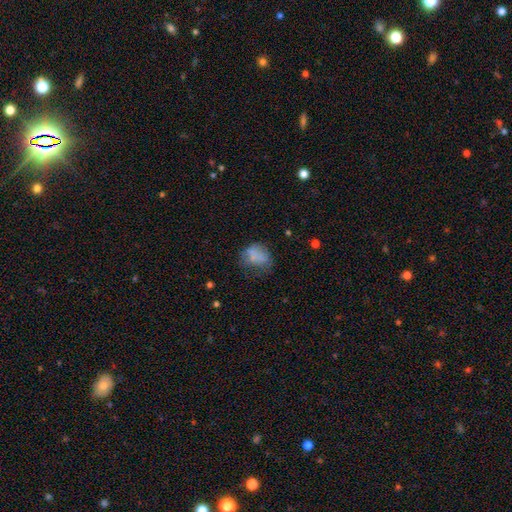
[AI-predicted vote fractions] Smooth or featured: smooth — 68% (featured or disk — 20%)
How rounded: in between — 52% (round — 47%)
Merging: none — 41% (minor disturbance — 28%)